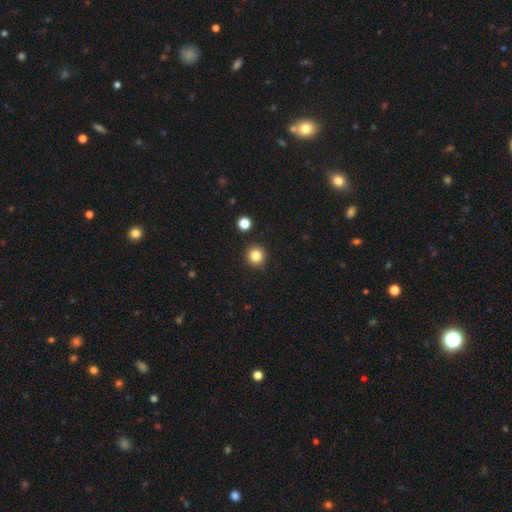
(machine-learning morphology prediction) smooth-or-featured: smooth: 83% | star or artifact: 12% | featured or disk: 5%
  how-rounded: round: 94% | in between: 5% | cigar-shaped: 1%
  merging: none: 91% | minor disturbance: 5% | merger: 2% | major disturbance: 2%